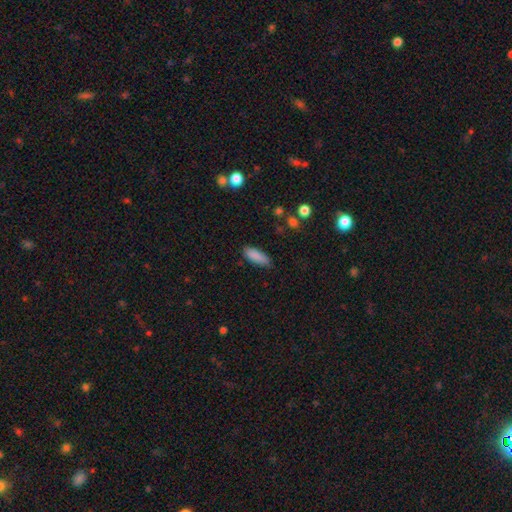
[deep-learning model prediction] Q: Smooth or featured?
A: smooth (87%); runner-up: star or artifact (7%)
Q: How rounded?
A: in between (64%); runner-up: cigar-shaped (35%)
Q: Merging?
A: none (78%); runner-up: minor disturbance (17%)